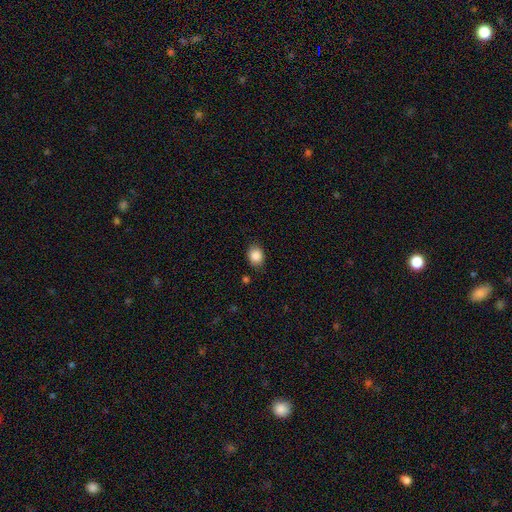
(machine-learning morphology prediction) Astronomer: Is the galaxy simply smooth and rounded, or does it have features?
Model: smooth — 87%.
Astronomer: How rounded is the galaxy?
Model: in between — 51% (runner-up: round, 48%).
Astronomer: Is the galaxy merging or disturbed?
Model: none — 80%.